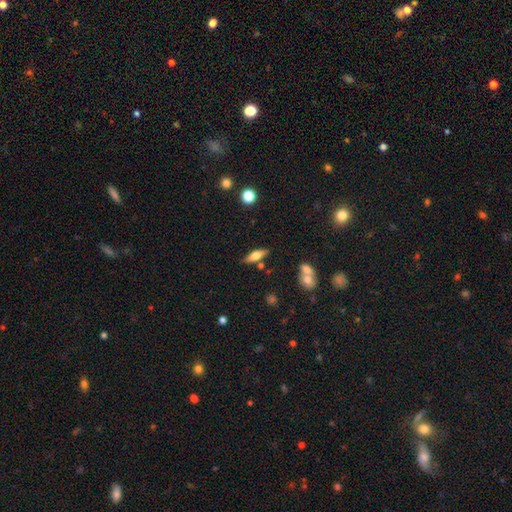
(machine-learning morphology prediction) Smooth or featured?
  - smooth: 50% *
  - featured or disk: 43%
  - star or artifact: 7%
Merging?
  - none: 79% *
  - minor disturbance: 11%
  - merger: 8%
  - major disturbance: 3%